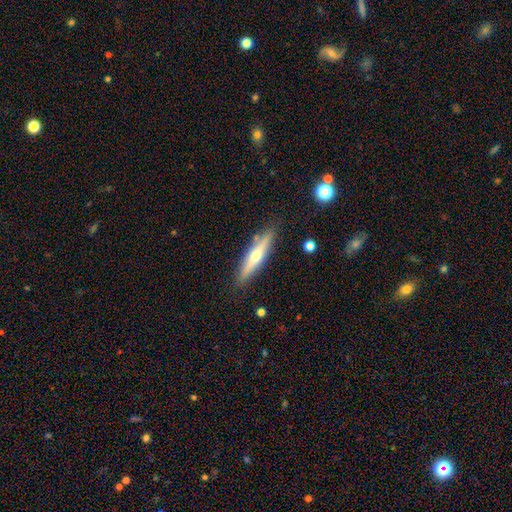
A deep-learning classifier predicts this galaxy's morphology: type=featured or disk (56%); edge-on=yes (92%); edge-on bulge=rounded (87%); merging=none (86%).